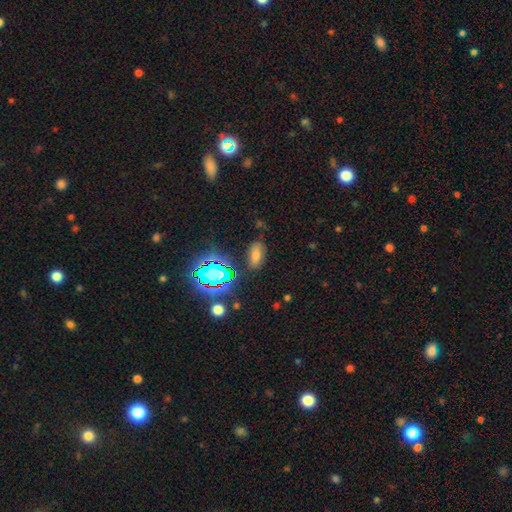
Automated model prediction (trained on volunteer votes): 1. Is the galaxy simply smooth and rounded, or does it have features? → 63% smooth, 26% star or artifact, 11% featured or disk.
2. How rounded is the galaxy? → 87% in between, 7% cigar-shaped, 6% round.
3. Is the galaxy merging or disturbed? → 80% none, 13% minor disturbance, 4% major disturbance, 3% merger.